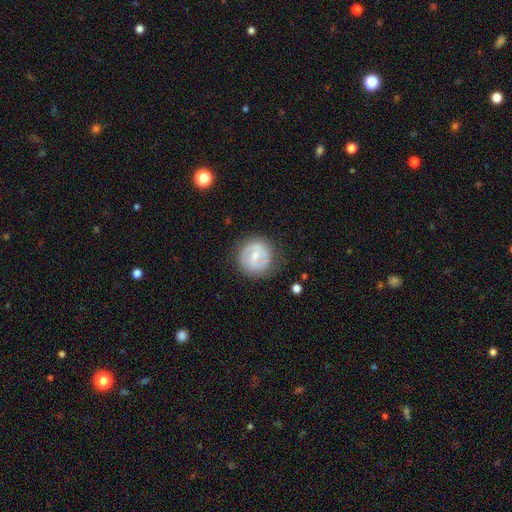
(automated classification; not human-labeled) A featured or disk galaxy (48%). Merging: none (77%).